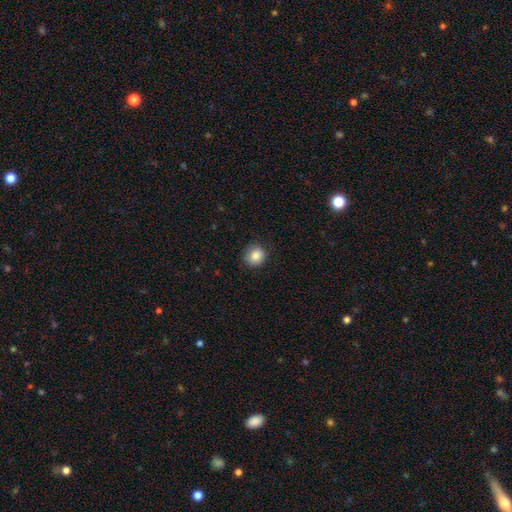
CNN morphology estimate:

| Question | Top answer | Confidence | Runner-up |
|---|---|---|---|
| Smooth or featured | smooth | 86% | star or artifact (9%) |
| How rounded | round | 90% | in between (9%) |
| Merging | none | 85% | minor disturbance (12%) |